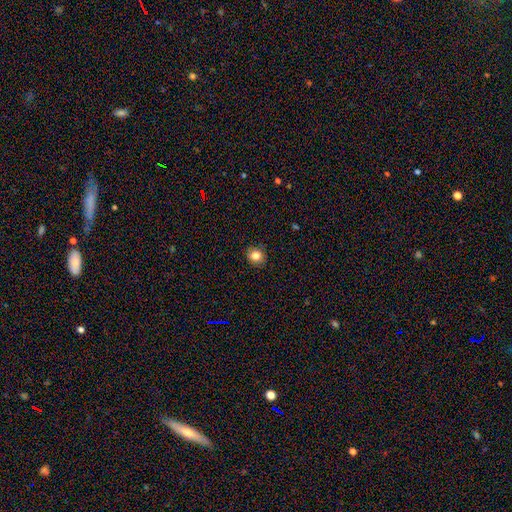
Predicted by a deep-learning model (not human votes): Q: Smooth or featured?
A: smooth (82%); runner-up: star or artifact (11%)
Q: How rounded?
A: round (82%); runner-up: in between (17%)
Q: Merging?
A: none (90%); runner-up: minor disturbance (7%)